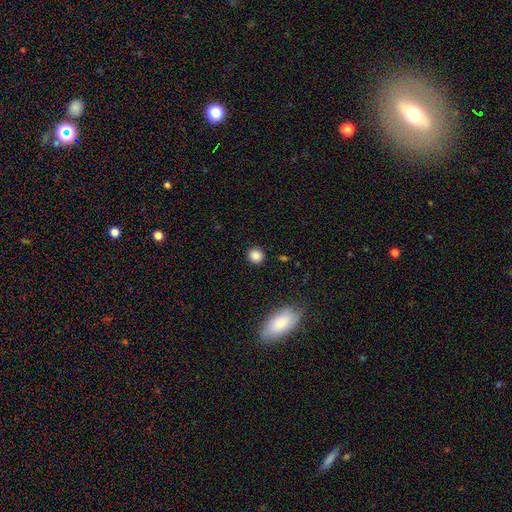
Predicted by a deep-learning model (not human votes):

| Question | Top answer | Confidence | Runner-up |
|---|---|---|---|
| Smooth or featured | smooth | 86% | star or artifact (10%) |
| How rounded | round | 87% | in between (11%) |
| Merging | none | 90% | minor disturbance (7%) |